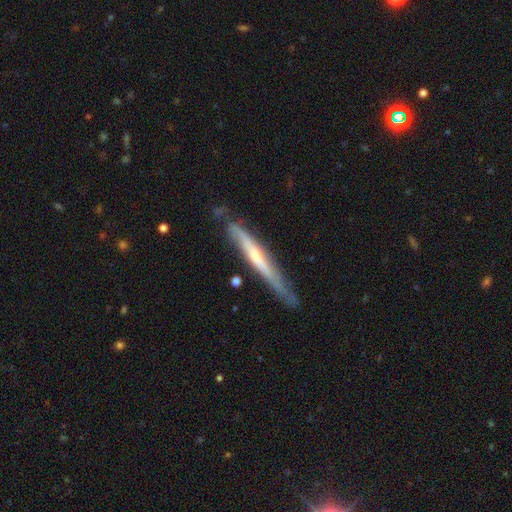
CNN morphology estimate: Smooth or featured? Predicted: featured or disk (p=0.66). Edge-on disk? Predicted: yes (p=0.88). Edge-on bulge? Predicted: none (p=0.46, tied with rounded). Merging? Predicted: none (p=0.63).